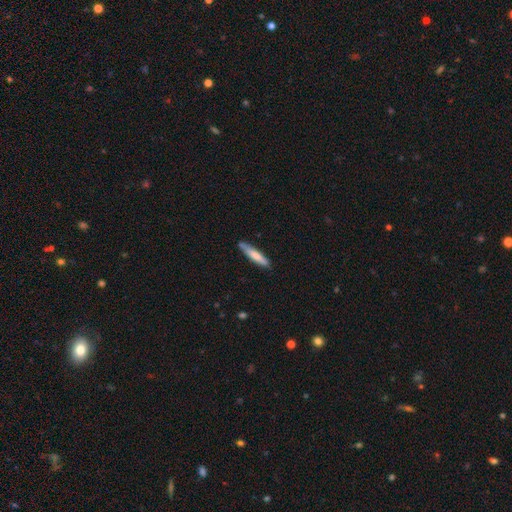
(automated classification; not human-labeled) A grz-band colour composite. It shows a smooth galaxy with no disk features (71%) that is cigar-shaped (88%). Merging: none (80%).